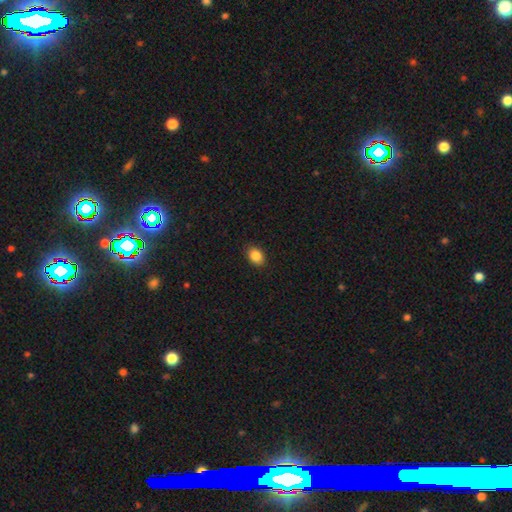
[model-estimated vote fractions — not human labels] This is clearly a smooth galaxy (87%). How rounded: likely in between (76%). Merging: clearly none (89%).